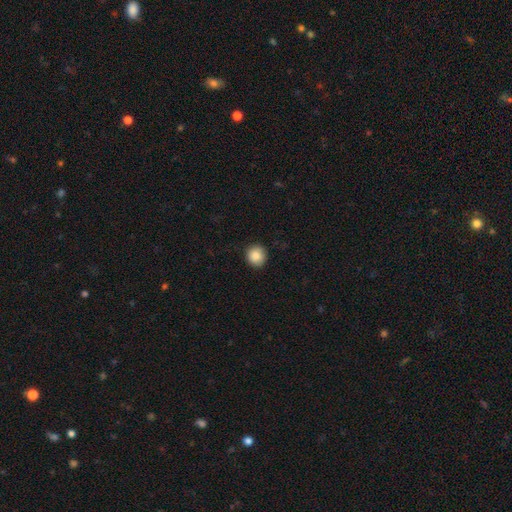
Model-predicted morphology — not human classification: Q: Smooth or featured?
A: smooth (88%); runner-up: star or artifact (8%)
Q: How rounded?
A: round (91%); runner-up: in between (8%)
Q: Merging?
A: none (90%); runner-up: minor disturbance (8%)